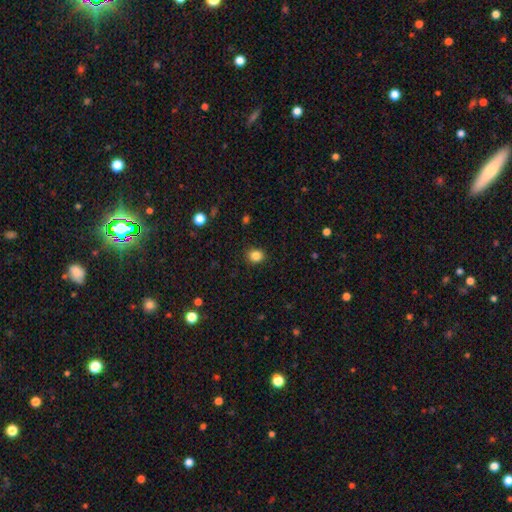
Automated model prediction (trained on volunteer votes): Smooth or featured: smooth — 85% (star or artifact — 11%)
How rounded: round — 72% (in between — 27%)
Merging: none — 90% (minor disturbance — 7%)